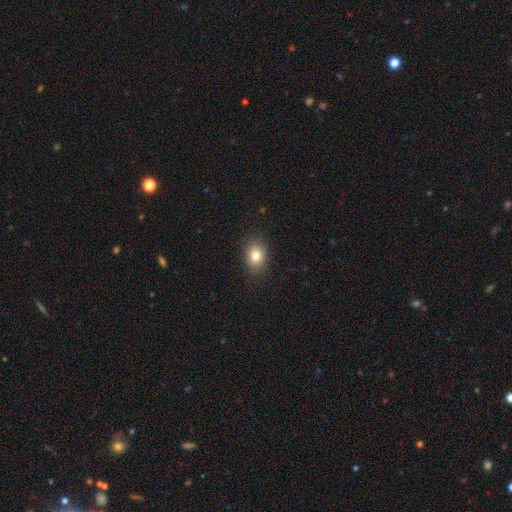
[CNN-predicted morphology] This appears to be a smooth galaxy with no disk features (81%) that is in between round and cigar-shaped (62%). Merging: none (87%).